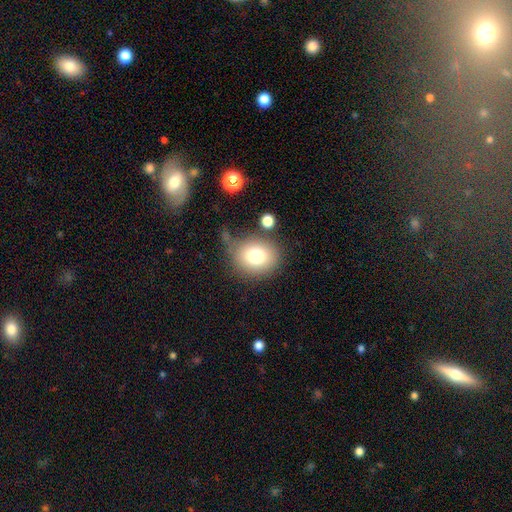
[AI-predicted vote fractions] Smooth or featured? smooth (78%)
How rounded? round (69%)
Merging? none (66%)